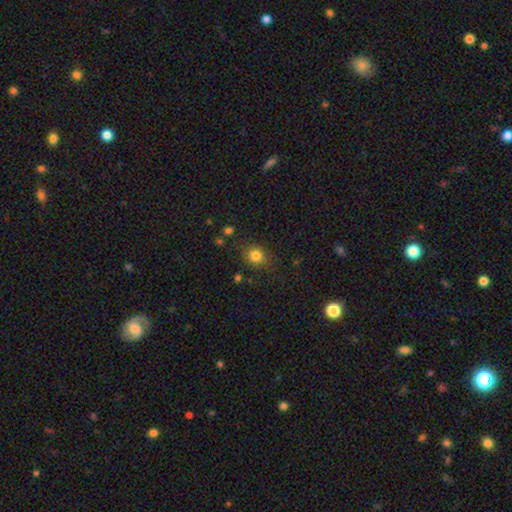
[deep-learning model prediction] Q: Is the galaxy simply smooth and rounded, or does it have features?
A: smooth — 82%.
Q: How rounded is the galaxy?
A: round — 75%.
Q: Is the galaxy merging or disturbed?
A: none — 80%.